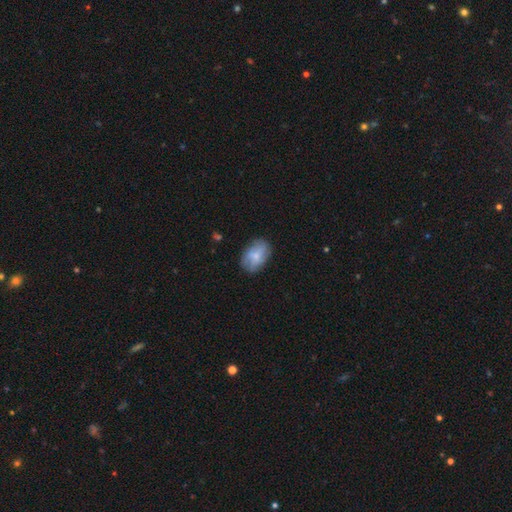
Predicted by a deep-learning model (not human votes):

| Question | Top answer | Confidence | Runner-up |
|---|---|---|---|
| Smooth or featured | smooth | 66% | featured or disk (27%) |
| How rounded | in between | 85% | round (14%) |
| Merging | none | 72% | minor disturbance (21%) |